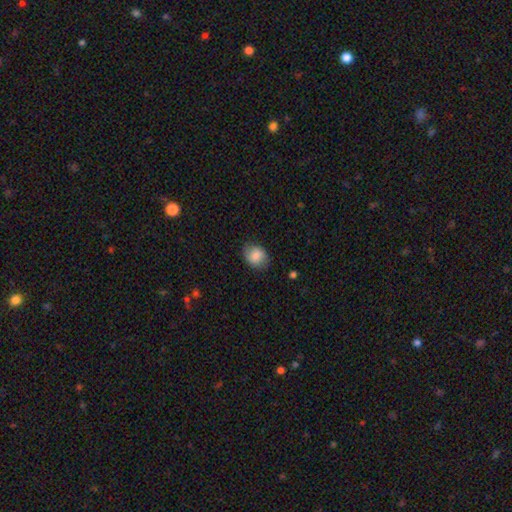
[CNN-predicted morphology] type=smooth (83%); roundness=in between (53%); merging=none (78%).